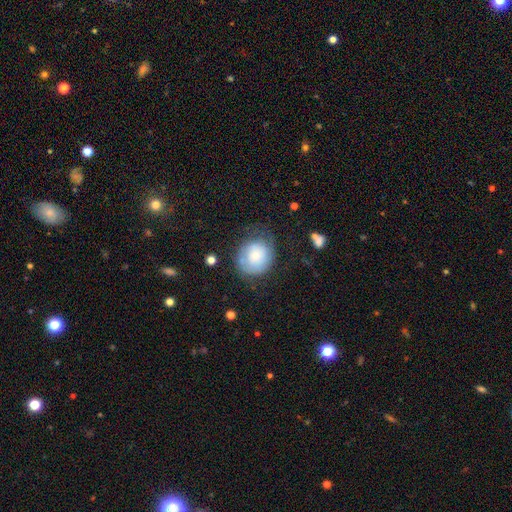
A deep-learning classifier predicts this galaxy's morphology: type=smooth (62%); roundness=round (75%); merging=none (51%).